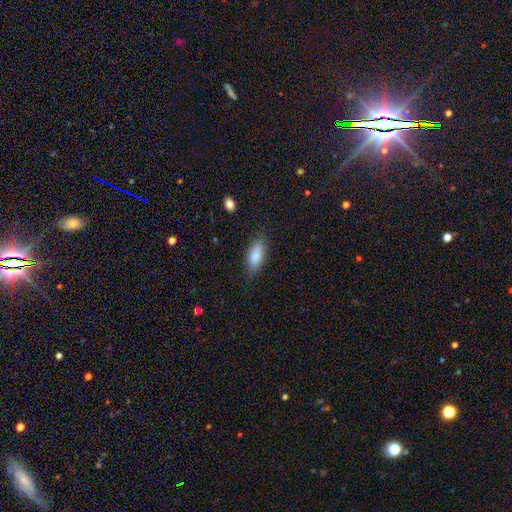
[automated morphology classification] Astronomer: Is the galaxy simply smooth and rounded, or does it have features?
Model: smooth — 82%.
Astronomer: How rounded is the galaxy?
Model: in between — 80%.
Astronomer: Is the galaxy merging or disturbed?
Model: none — 80%.